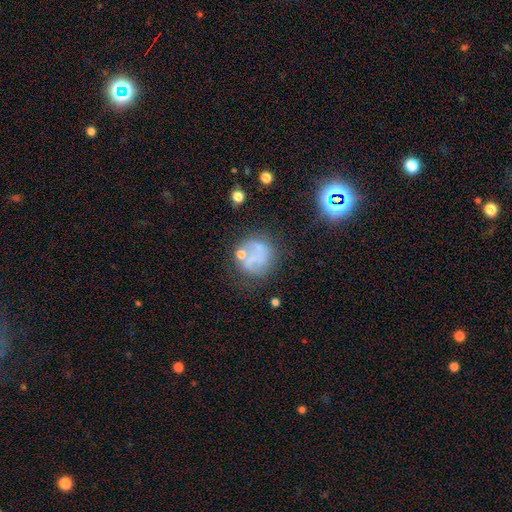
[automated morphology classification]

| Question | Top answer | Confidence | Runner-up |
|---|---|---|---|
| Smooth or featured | smooth | 43% | featured or disk (41%) |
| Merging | none | 55% | minor disturbance (20%) |